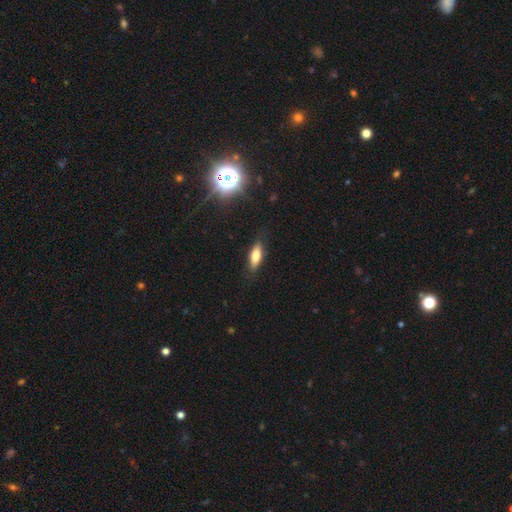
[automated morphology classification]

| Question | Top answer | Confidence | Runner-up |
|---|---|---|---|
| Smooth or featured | smooth | 73% | featured or disk (19%) |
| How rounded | in between | 60% | cigar-shaped (38%) |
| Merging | none | 84% | minor disturbance (12%) |